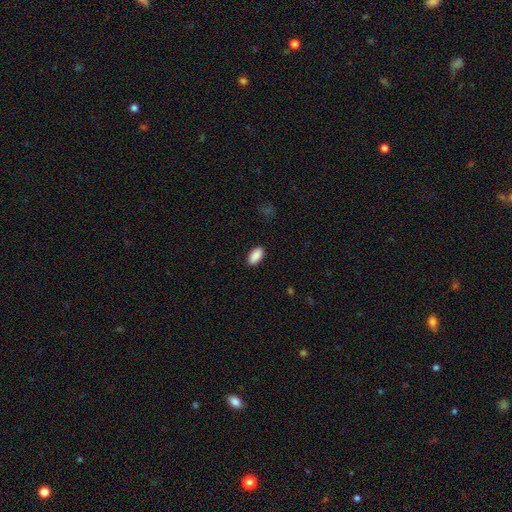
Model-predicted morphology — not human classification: This appears to be a smooth galaxy with no disk features (90%) that is in between round and cigar-shaped (94%). Merging: none (89%).